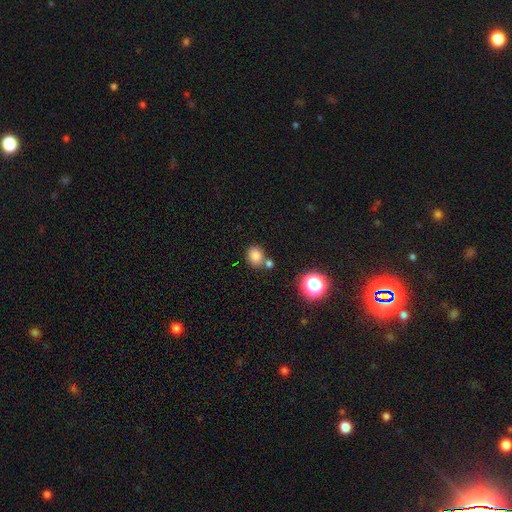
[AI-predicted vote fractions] smooth-or-featured: smooth: 81% | star or artifact: 13% | featured or disk: 6%
  how-rounded: round: 63% | in between: 36% | cigar-shaped: 1%
  merging: none: 68% | merger: 18% | minor disturbance: 11% | major disturbance: 3%